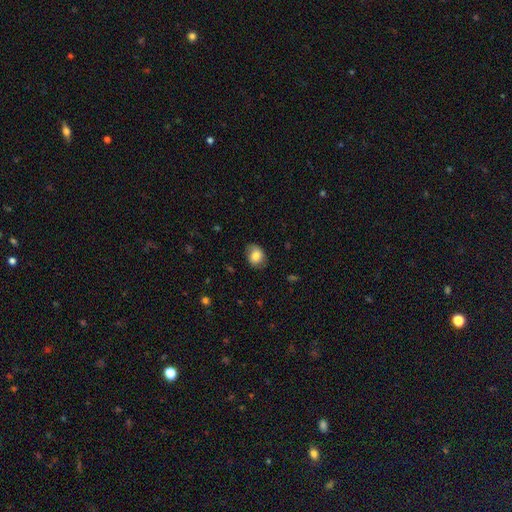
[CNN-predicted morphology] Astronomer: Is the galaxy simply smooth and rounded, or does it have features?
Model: smooth — 78%.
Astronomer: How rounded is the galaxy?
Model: in between — 52% (runner-up: round, 47%).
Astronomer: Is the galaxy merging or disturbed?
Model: none — 75%.